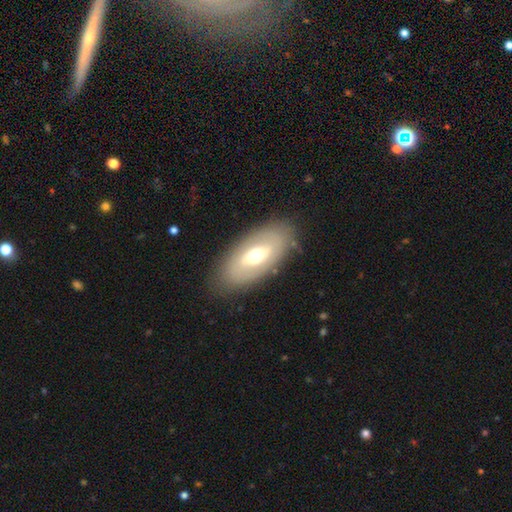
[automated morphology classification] The model was most divided on "smooth or featured": featured or disk: 50%, smooth: 44%, star or artifact: 6%. More confident: edge-on disk — no (85%); merging — none (83%).